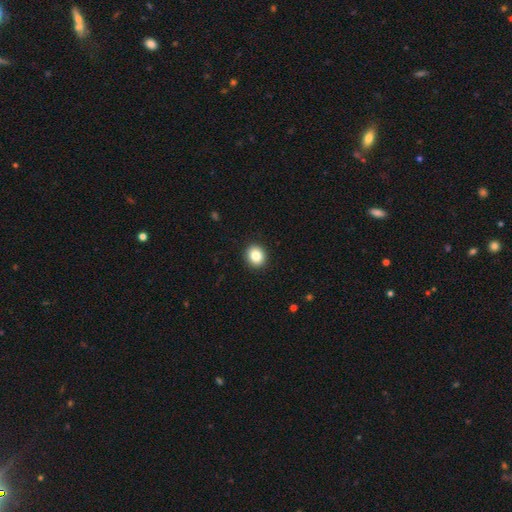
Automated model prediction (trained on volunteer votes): This is clearly a smooth galaxy (85%). How rounded: likely round (76%). Merging: clearly none (92%).